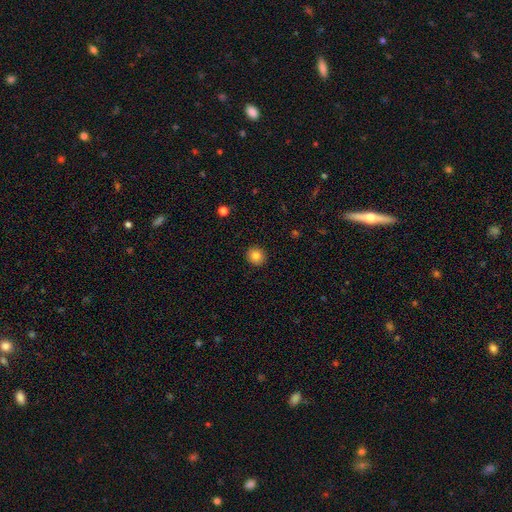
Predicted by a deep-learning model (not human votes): smooth-or-featured: smooth: 83% | star or artifact: 10% | featured or disk: 7%
  how-rounded: round: 86% | in between: 14% | cigar-shaped: 1%
  merging: none: 92% | minor disturbance: 6% | major disturbance: 2% | merger: 1%